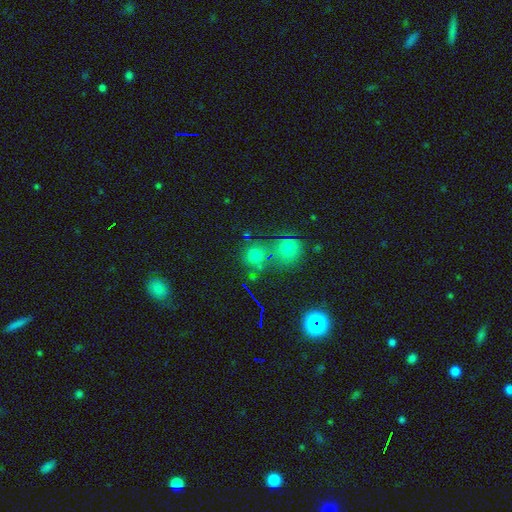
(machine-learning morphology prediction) Smooth or featured? Predicted: smooth (p=0.67). How rounded? Predicted: round (p=0.83). Merging? Predicted: none (p=0.55).